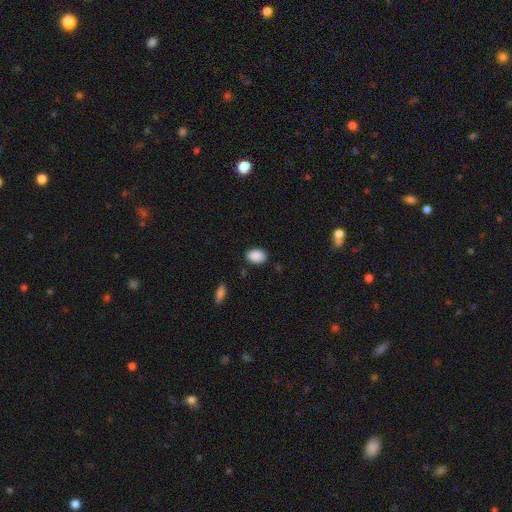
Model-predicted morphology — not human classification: The model was most divided on "how rounded": in between: 82%, round: 17%, cigar-shaped: 1%. More confident: smooth or featured — smooth (90%); merging — none (83%).